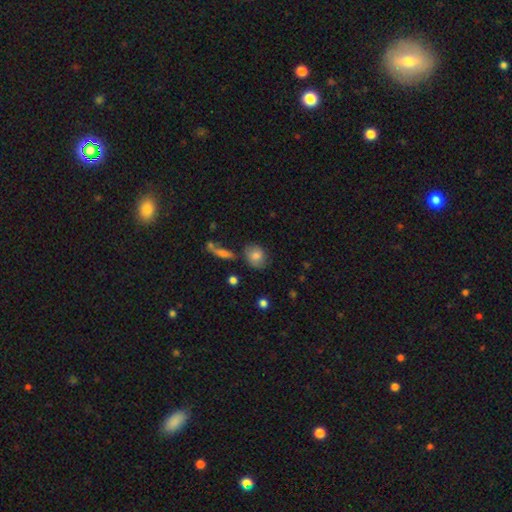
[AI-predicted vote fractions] This is likely a smooth galaxy (77%). How rounded: possibly round (56%). Merging: likely none (66%).